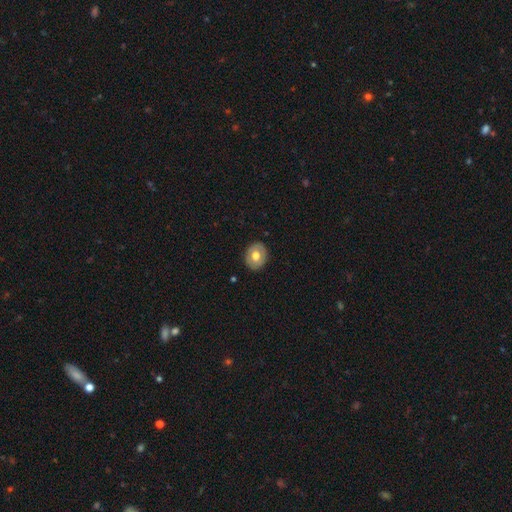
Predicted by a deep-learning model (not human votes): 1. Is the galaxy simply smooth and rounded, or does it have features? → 61% smooth, 33% featured or disk, 6% star or artifact.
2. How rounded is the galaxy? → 59% round, 40% in between, 1% cigar-shaped.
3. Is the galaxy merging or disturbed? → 88% none, 9% minor disturbance, 2% major disturbance, 1% merger.